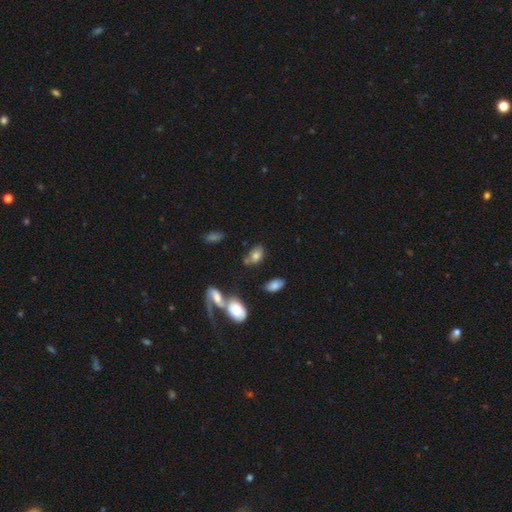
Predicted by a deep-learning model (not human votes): A smooth galaxy with no disk features (70%) that is in between round and cigar-shaped (83%). Merging: none (48%).